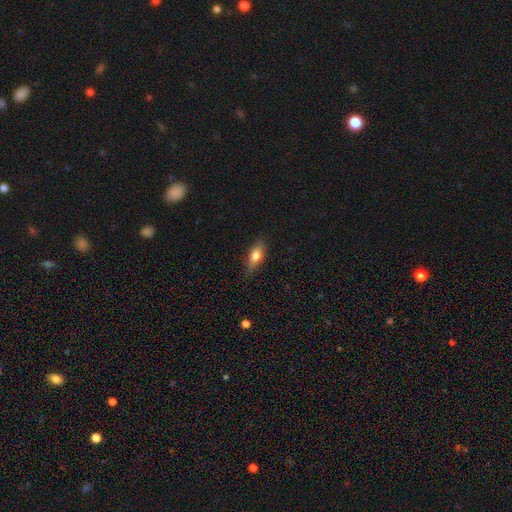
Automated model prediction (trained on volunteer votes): smooth_or_featured: smooth (p=0.72) [alt: featured or disk p=0.20]
how_rounded: in between (p=0.72) [alt: cigar-shaped p=0.22]
merging: none (p=0.77) [alt: minor disturbance p=0.18]